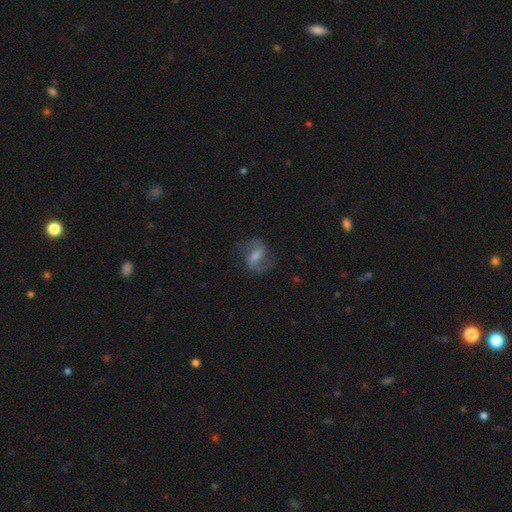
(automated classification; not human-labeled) smooth-or-featured: featured or disk: 74% | smooth: 19% | star or artifact: 8%
  disk-edge-on: no: 97% | yes: 3%
    bar: weak: 48% | strong: 36% | no: 16%
    has-spiral-arms: yes: 92% | no: 8%
      spiral-winding: medium: 47% | loose: 42% | tight: 11%
      spiral-arm-count: 2: 89% | can't tell: 4% | 1: 4% | 3: 1% | 4: 1% | more than 4: 1%
    bulge-size: moderate: 37% | small: 26% | none: 21% | large: 14% | dominant: 2%
  merging: none: 71% | minor disturbance: 16% | major disturbance: 11% | merger: 1%